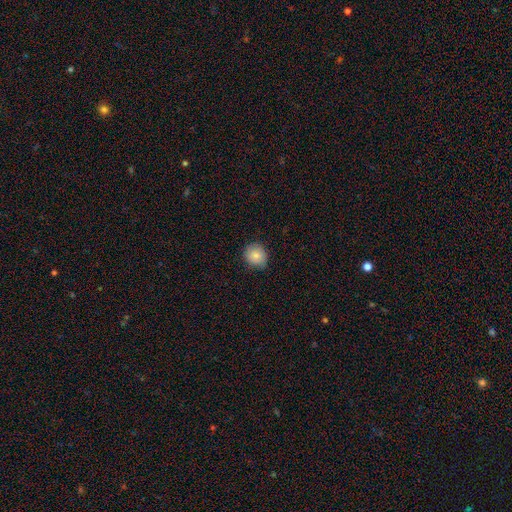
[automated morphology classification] smooth 83%, featured or disk 9%, star or artifact 8%. Down the decision tree: how rounded — round (83%); merging — none (83%).